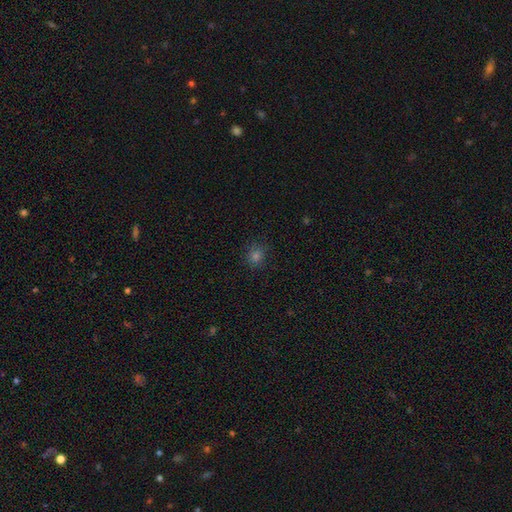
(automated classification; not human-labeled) smooth-or-featured: smooth: 72% | star or artifact: 22% | featured or disk: 6%
  how-rounded: round: 81% | in between: 18% | cigar-shaped: 1%
  merging: none: 87% | minor disturbance: 9% | major disturbance: 3% | merger: 1%